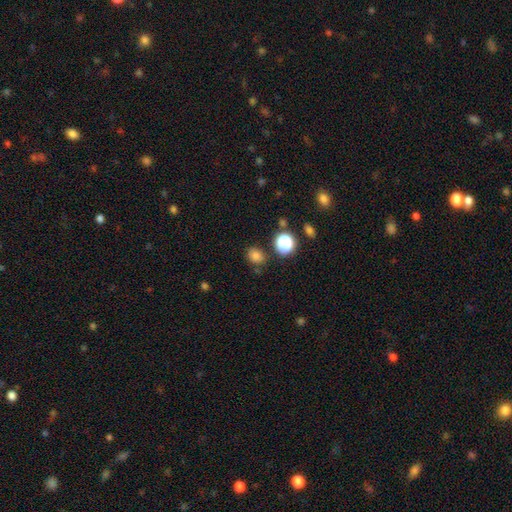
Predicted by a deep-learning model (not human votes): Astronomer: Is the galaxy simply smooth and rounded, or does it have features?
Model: smooth — 77%.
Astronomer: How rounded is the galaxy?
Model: round — 58% (runner-up: in between, 41%).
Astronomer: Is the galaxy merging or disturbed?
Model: none — 79%.